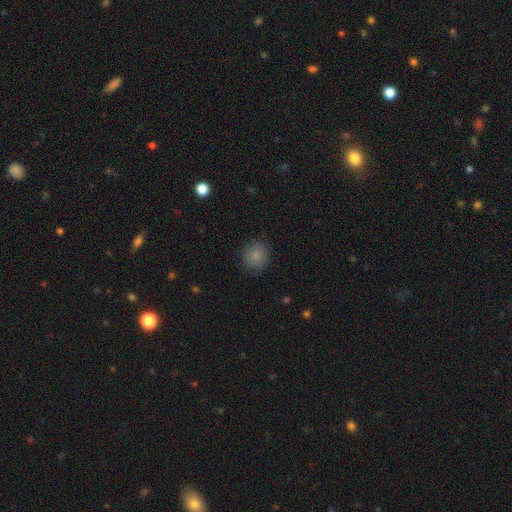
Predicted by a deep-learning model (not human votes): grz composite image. It shows a smooth galaxy with no disk features (85%) that is round (83%). Merging: none (84%).